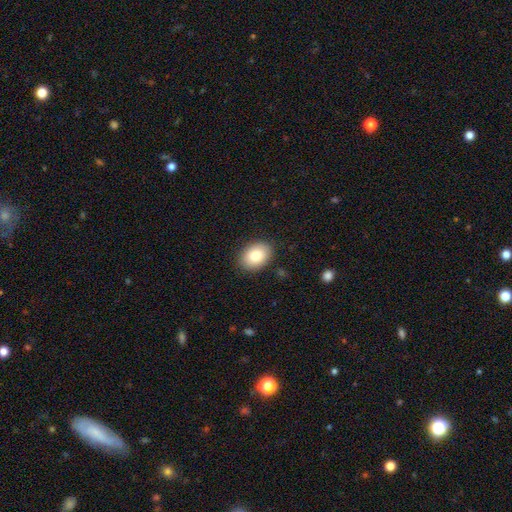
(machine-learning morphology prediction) smooth-or-featured: smooth: 81% | featured or disk: 11% | star or artifact: 8%
  how-rounded: in between: 72% | round: 27% | cigar-shaped: 1%
  merging: none: 88% | minor disturbance: 9% | major disturbance: 2% | merger: 1%